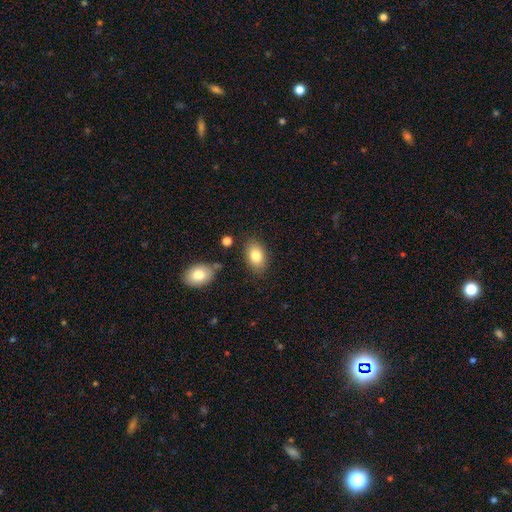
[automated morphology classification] Q: Smooth or featured?
A: smooth (82%); runner-up: featured or disk (10%)
Q: How rounded?
A: in between (86%); runner-up: round (13%)
Q: Merging?
A: none (80%); runner-up: minor disturbance (13%)